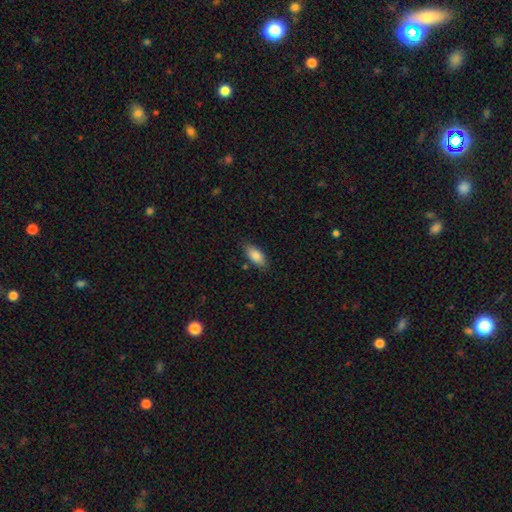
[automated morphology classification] This appears to be a smooth galaxy with no disk features (85%) that is in between round and cigar-shaped (88%). Merging: none (82%).